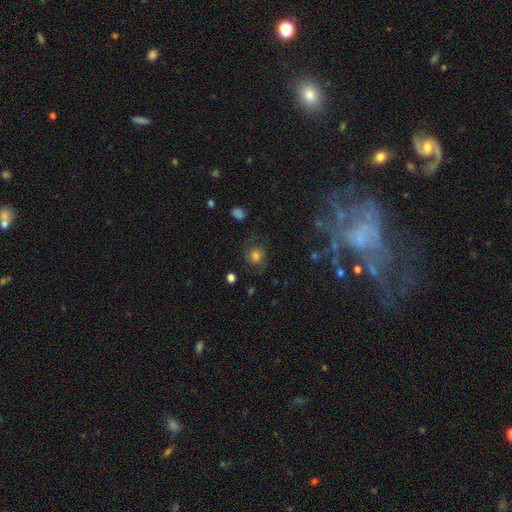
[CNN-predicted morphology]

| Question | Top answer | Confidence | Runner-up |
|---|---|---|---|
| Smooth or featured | featured or disk | 52% | smooth (34%) |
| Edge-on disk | no | 97% | yes (3%) |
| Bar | no | 63% | weak (30%) |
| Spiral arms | yes | 87% | no (13%) |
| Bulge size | moderate | 48% | small (21%) |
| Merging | none | 66% | minor disturbance (16%) |